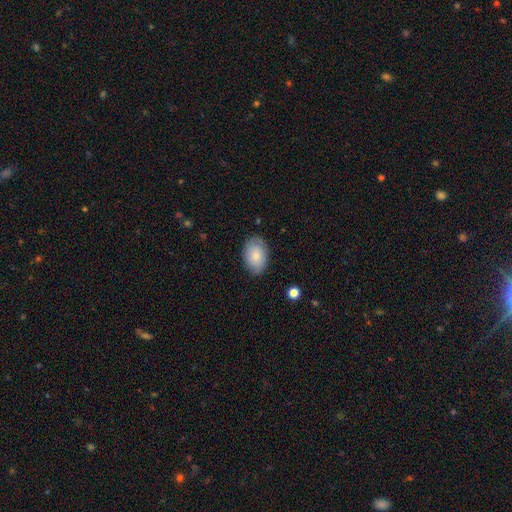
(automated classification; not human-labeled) This appears to be a smooth galaxy with no disk features (79%) that is in between round and cigar-shaped (88%). Merging: none (81%).